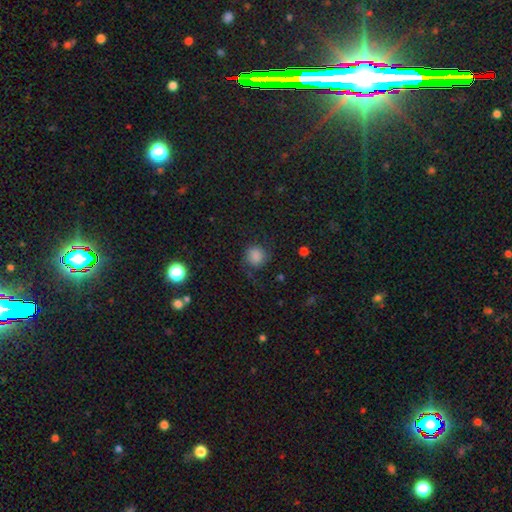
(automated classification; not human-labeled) A smooth galaxy with no disk features (81%) that is round (86%). Merging: none (74%).